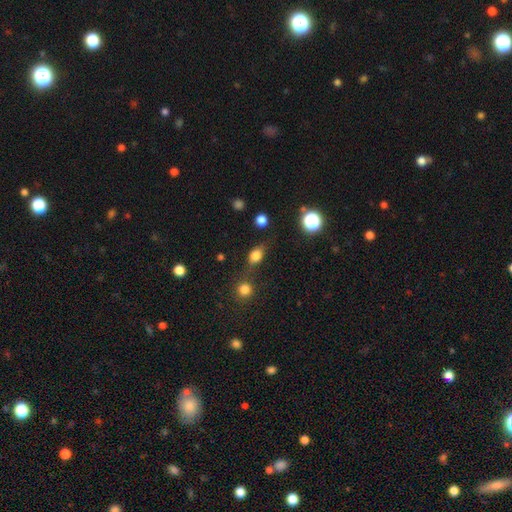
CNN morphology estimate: smooth 73%, featured or disk 13%, star or artifact 13%. Down the decision tree: how rounded — in between (61%); merging — none (65%).